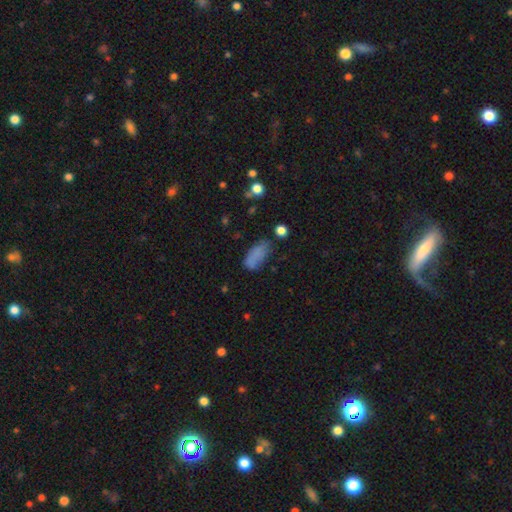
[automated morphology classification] type=smooth (76%); roundness=in between (83%); merging=none (52%).